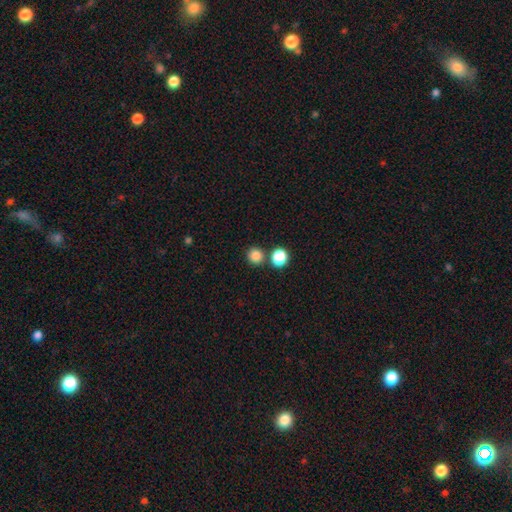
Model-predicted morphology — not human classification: Overall: smooth (84%). How rounded: round (91%). Merging: none (76%).